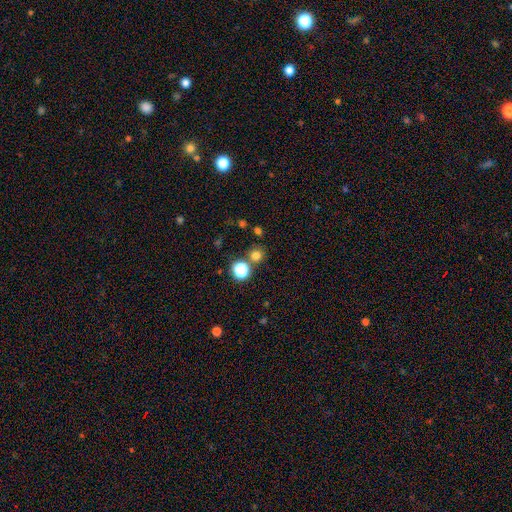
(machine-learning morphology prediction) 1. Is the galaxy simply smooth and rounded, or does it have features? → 74% smooth, 21% star or artifact, 5% featured or disk.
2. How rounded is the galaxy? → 90% round, 9% in between, 1% cigar-shaped.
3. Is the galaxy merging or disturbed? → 75% none, 14% merger, 8% minor disturbance, 3% major disturbance.